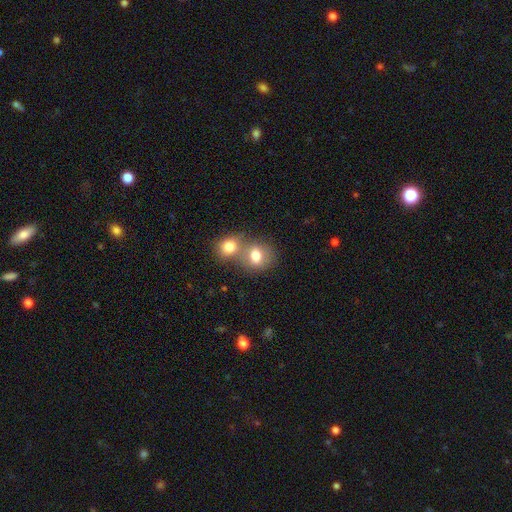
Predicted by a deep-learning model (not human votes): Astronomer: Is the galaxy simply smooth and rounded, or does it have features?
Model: smooth — 77%.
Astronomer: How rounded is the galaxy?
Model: round — 62%.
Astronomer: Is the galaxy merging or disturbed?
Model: merger — 54% (runner-up: none, 35%).